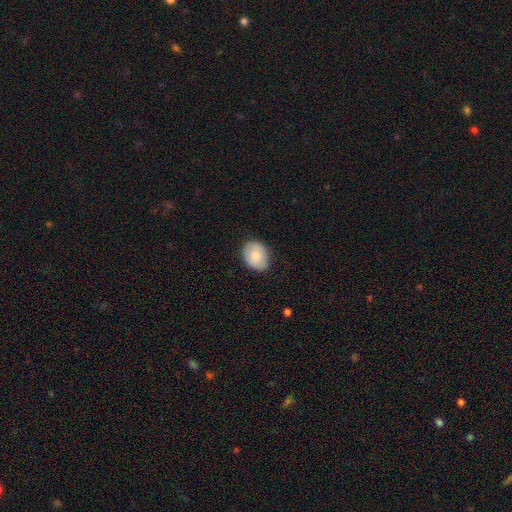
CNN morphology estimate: Smooth or featured: smooth — 69% (featured or disk — 24%)
How rounded: in between — 58% (round — 41%)
Merging: none — 84% (minor disturbance — 12%)